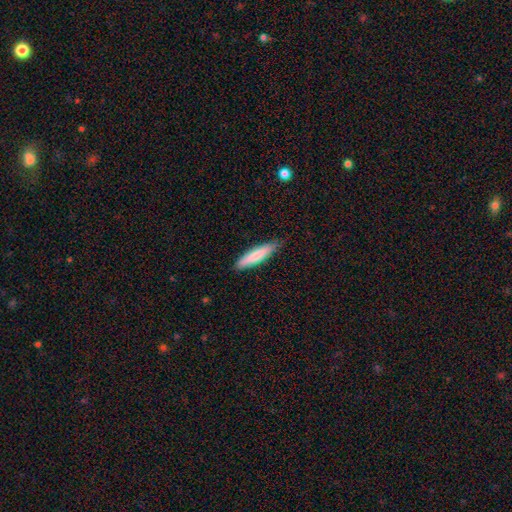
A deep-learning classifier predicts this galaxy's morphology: A smooth galaxy with no disk features (81%) that is cigar-shaped (81%). Merging: none (82%).